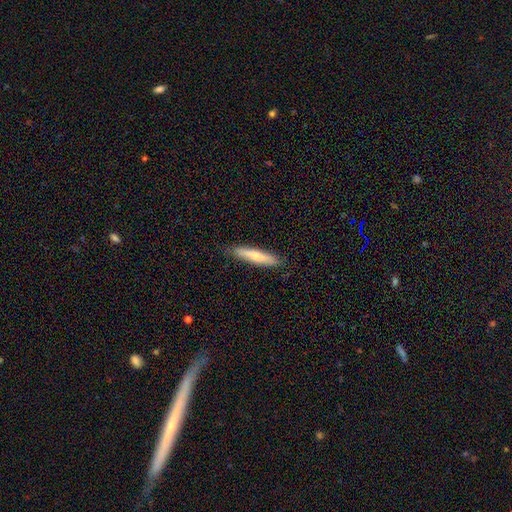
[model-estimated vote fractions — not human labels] This is likely a smooth galaxy (61%). How rounded: clearly cigar-shaped (87%). Merging: clearly none (86%).